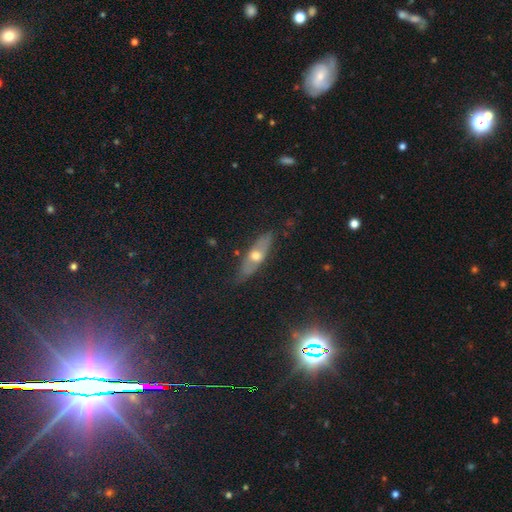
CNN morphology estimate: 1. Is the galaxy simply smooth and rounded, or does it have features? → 47% featured or disk, 36% smooth, 17% star or artifact.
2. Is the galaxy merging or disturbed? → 81% none, 14% minor disturbance, 3% major disturbance, 2% merger.